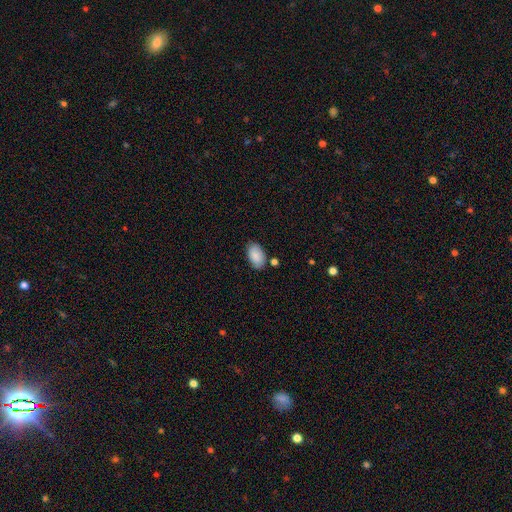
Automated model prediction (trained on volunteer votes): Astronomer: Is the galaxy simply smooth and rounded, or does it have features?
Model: smooth — 87%.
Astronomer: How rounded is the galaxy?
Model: in between — 94%.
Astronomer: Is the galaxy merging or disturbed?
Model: none — 80%.